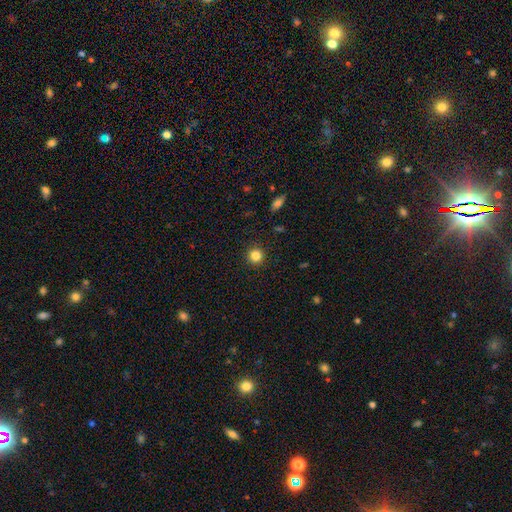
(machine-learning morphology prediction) Overall: smooth (84%). How rounded: round (93%). Merging: none (92%).